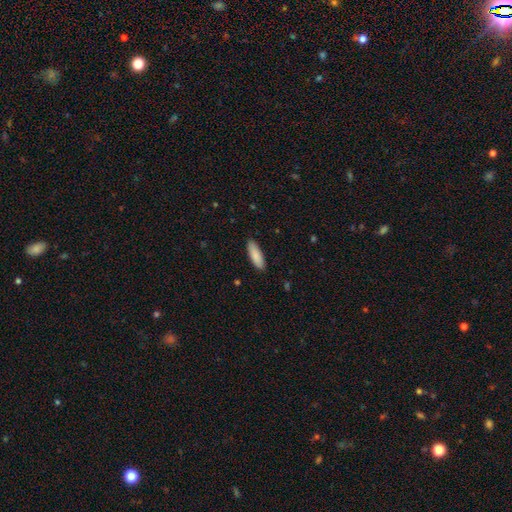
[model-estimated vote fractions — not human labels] A smooth galaxy with no disk features (88%) that is in between round and cigar-shaped (54%).

Vote fractions:
- Smooth or featured? smooth: 88% / featured or disk: 7% / star or artifact: 5%
- How rounded? in between: 54% / cigar-shaped: 44% / round: 1%
- Merging? none: 89% / minor disturbance: 8% / major disturbance: 2% / merger: 1%